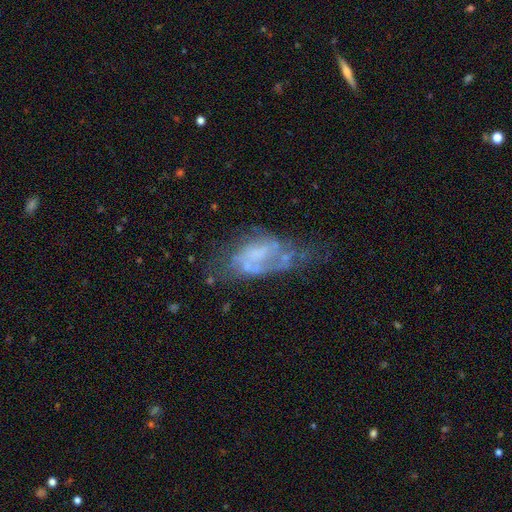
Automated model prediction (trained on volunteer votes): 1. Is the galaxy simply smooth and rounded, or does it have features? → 66% featured or disk, 23% smooth, 11% star or artifact.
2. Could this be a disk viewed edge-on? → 95% no, 5% yes.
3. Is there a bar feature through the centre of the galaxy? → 68% no, 26% weak, 6% strong.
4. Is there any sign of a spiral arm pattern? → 50% yes (tied), 50% no (tied).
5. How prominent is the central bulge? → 56% none, 22% small, 16% moderate, 5% large, 1% dominant.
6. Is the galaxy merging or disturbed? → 33% none (tied), 33% major disturbance (tied), 25% minor disturbance, 9% merger.